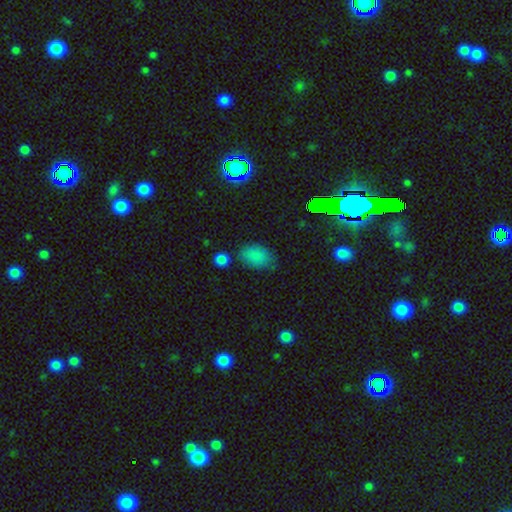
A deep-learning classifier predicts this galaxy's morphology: This appears to be a smooth galaxy with no disk features (82%) that is in between round and cigar-shaped (84%). Merging: none (67%).